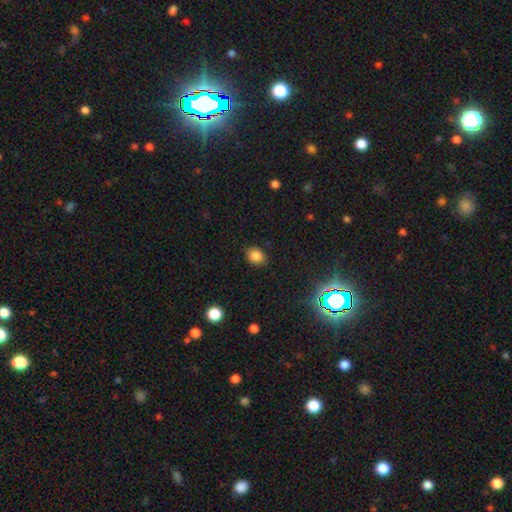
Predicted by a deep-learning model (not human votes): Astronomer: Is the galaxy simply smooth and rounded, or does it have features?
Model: smooth — 83%.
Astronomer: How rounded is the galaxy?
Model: in between — 56% (runner-up: round, 43%).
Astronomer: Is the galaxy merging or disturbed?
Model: none — 85%.